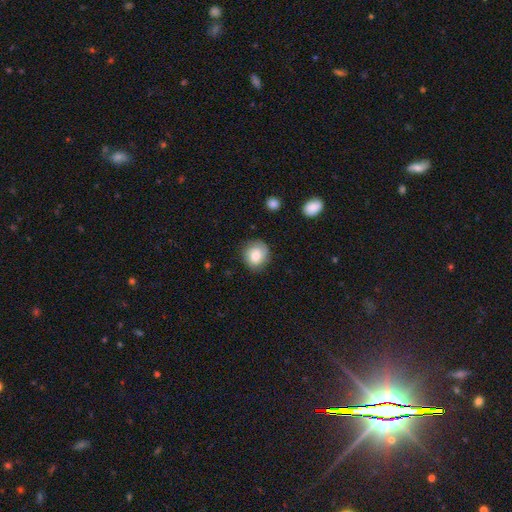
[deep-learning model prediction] This is likely a smooth galaxy (68%). How rounded: clearly round (82%). Merging: likely none (80%).